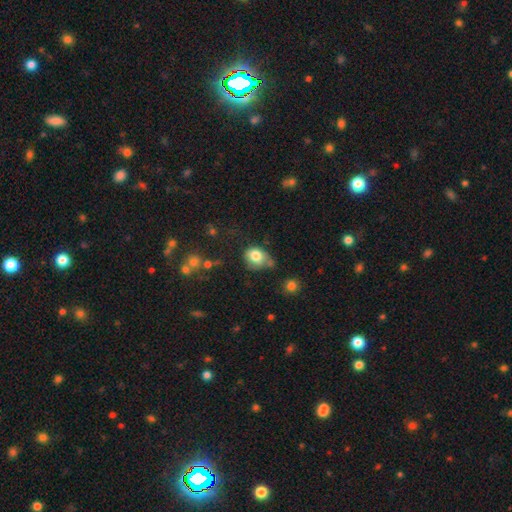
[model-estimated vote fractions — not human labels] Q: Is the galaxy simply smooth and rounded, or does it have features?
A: smooth — 80%.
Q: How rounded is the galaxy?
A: round — 54%.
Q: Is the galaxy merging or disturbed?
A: none — 44%.